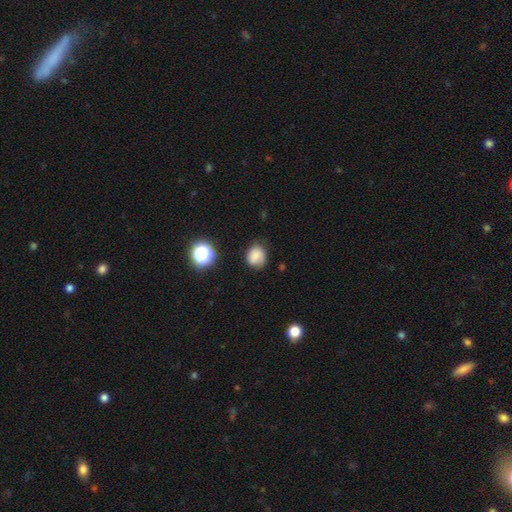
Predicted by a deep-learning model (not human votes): A smooth galaxy with no disk features (80%) that is round (72%).

Vote fractions:
- Smooth or featured? smooth: 80% / star or artifact: 12% / featured or disk: 8%
- How rounded? round: 72% / in between: 27% / cigar-shaped: 1%
- Merging? none: 72% / minor disturbance: 22% / major disturbance: 5% / merger: 2%